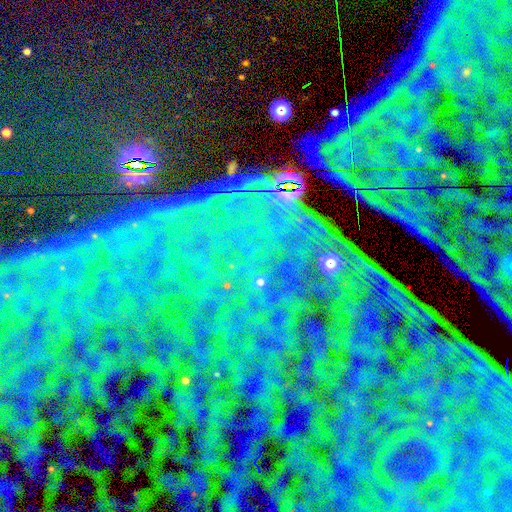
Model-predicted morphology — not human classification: type=star or artifact (86%).